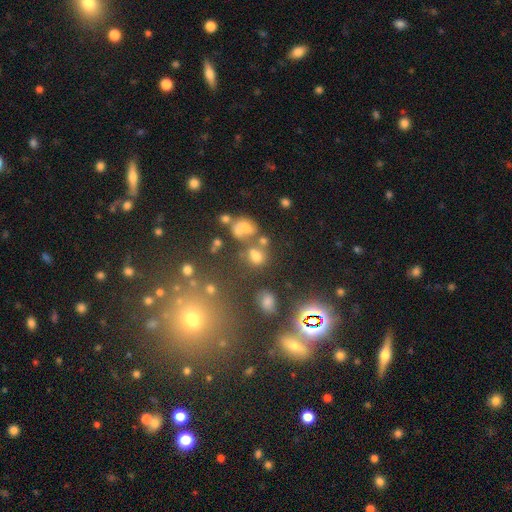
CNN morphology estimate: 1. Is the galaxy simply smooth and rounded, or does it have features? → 46% smooth, 43% star or artifact, 11% featured or disk.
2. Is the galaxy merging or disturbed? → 68% none, 17% merger, 9% minor disturbance, 5% major disturbance.